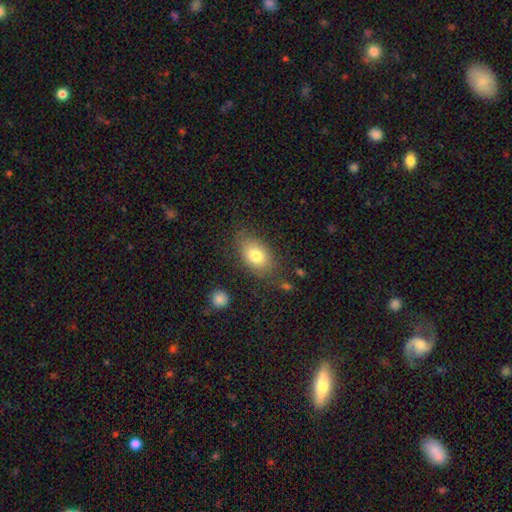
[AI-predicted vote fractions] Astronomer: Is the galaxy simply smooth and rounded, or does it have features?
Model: smooth — 78%.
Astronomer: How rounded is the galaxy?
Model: in between — 85%.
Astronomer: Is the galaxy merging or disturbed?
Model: none — 75%.